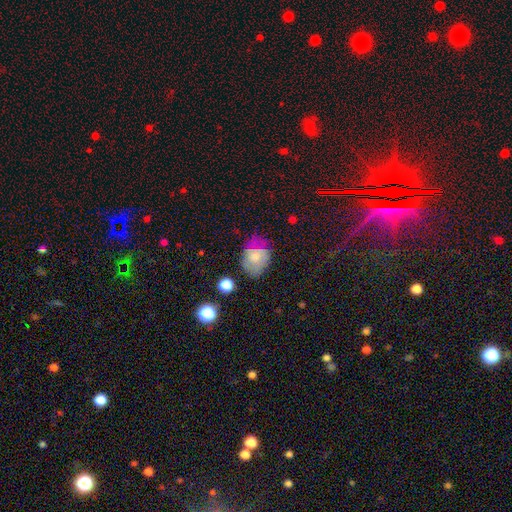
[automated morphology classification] type=smooth (60%); roundness=in between (67%); merging=none (52%).